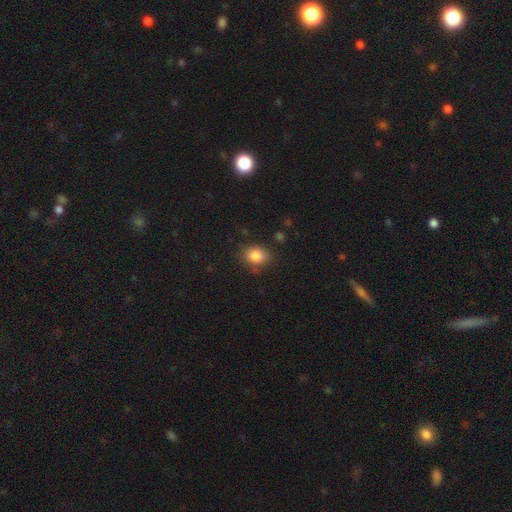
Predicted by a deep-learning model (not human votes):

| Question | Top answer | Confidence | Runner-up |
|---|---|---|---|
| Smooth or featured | smooth | 85% | star or artifact (9%) |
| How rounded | in between | 52% | round (47%) |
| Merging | none | 77% | minor disturbance (16%) |